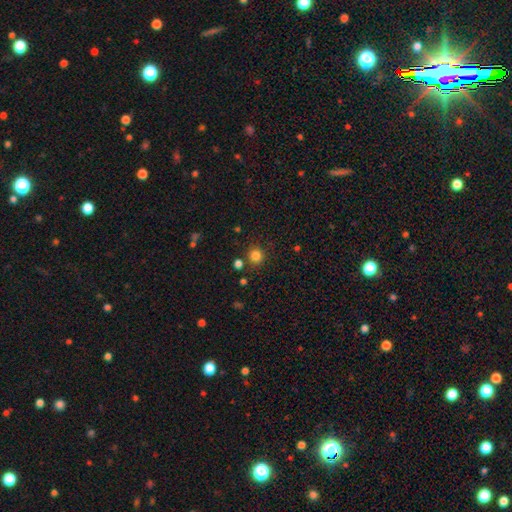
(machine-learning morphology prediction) Overall: smooth (82%). How rounded: round (90%). Merging: none (83%).